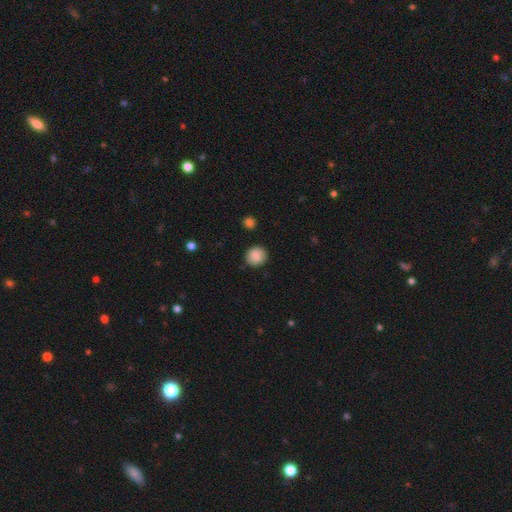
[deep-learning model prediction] Smooth or featured: smooth — 86% (star or artifact — 8%)
How rounded: round — 87% (in between — 12%)
Merging: none — 87% (minor disturbance — 9%)